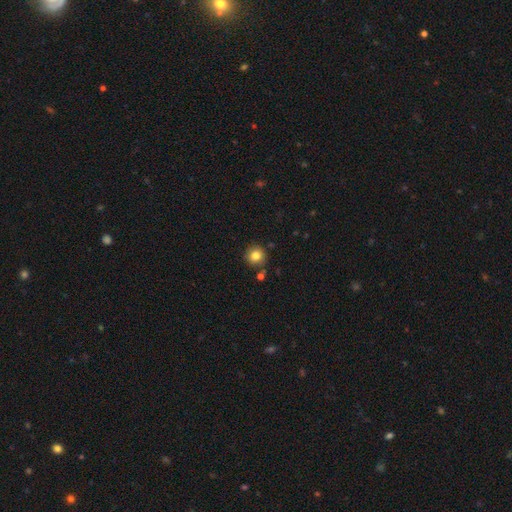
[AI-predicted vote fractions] Morphology: type=smooth (83%); roundness=round (93%); merging=none (83%).